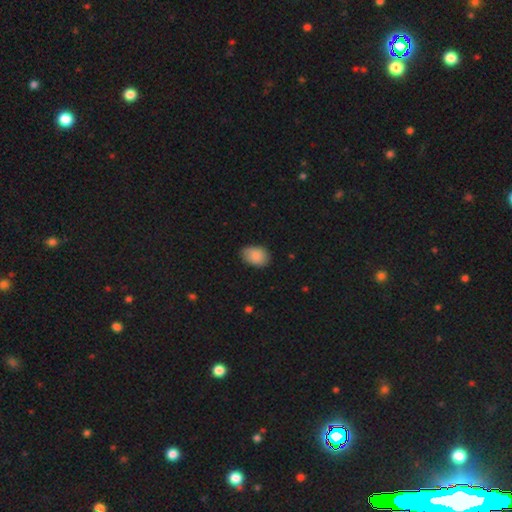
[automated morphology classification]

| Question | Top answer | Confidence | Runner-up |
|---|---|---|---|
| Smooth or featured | smooth | 88% | star or artifact (7%) |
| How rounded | in between | 83% | round (16%) |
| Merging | none | 81% | minor disturbance (16%) |